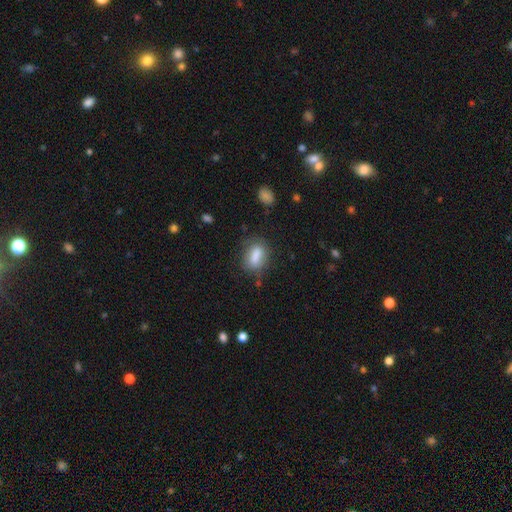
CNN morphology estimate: Smooth or featured? smooth (79%)
How rounded? in between (74%)
Merging? none (71%)